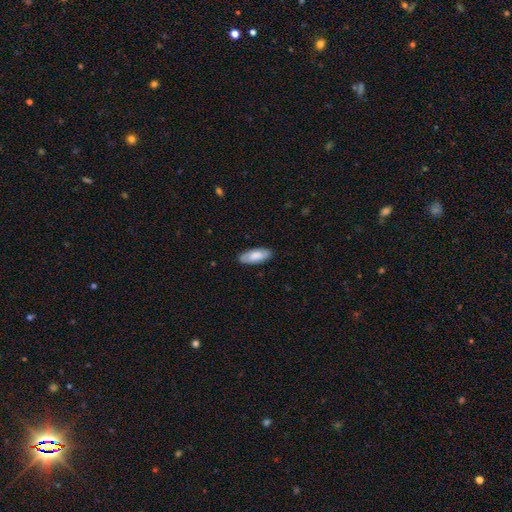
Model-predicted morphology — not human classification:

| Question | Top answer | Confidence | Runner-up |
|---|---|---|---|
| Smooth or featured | smooth | 74% | featured or disk (20%) |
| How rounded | in between | 84% | cigar-shaped (14%) |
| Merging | none | 87% | minor disturbance (10%) |